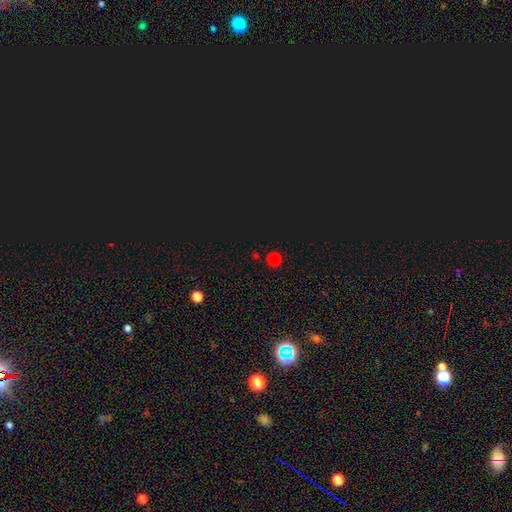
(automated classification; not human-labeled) This appears to be a smooth galaxy with no disk features (69%) that is round (94%). Merging: none (90%).